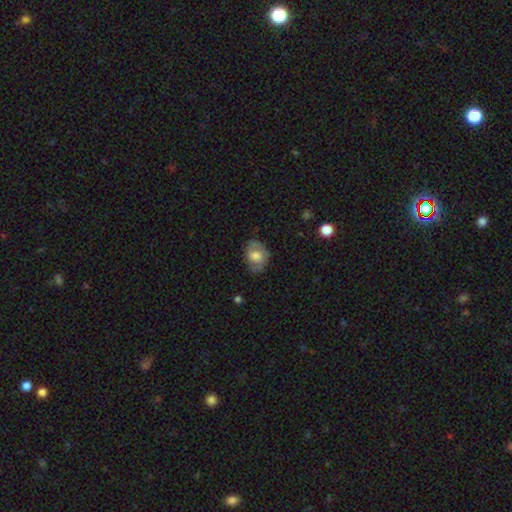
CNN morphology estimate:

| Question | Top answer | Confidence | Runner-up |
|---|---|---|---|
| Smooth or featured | smooth | 61% | featured or disk (31%) |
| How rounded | in between | 63% | round (36%) |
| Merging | none | 65% | minor disturbance (25%) |